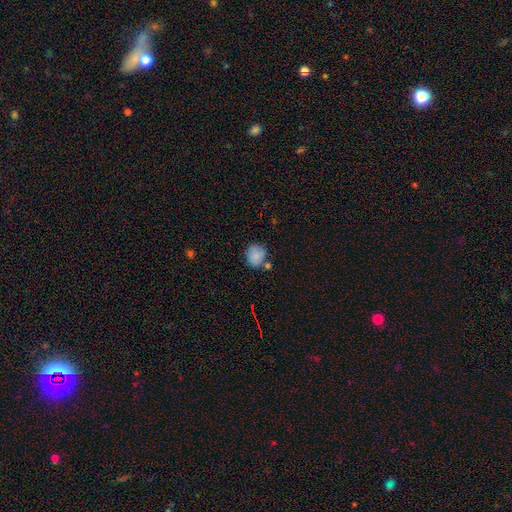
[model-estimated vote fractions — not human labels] Smooth or featured: smooth — 84% (star or artifact — 9%)
How rounded: round — 72% (in between — 27%)
Merging: none — 66% (minor disturbance — 18%)